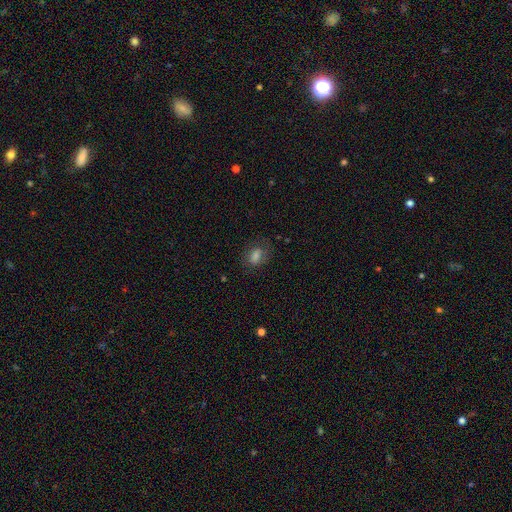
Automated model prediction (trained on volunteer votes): smooth 70%, star or artifact 16%, featured or disk 14%. Down the decision tree: how rounded — in between (74%); merging — none (74%).